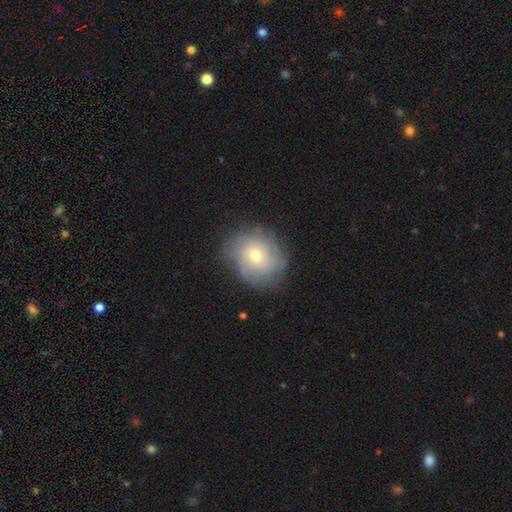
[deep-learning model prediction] Overall: featured or disk (67%). Edge-on disk: no (97%). Bar: no (75%). Spiral arms: yes (89%). Spiral arm count: can't tell (43%; 3 18%). Spiral winding: tight (61%; medium 29%). Bulge size: moderate (54%; small 42%). Merging: none (77%).